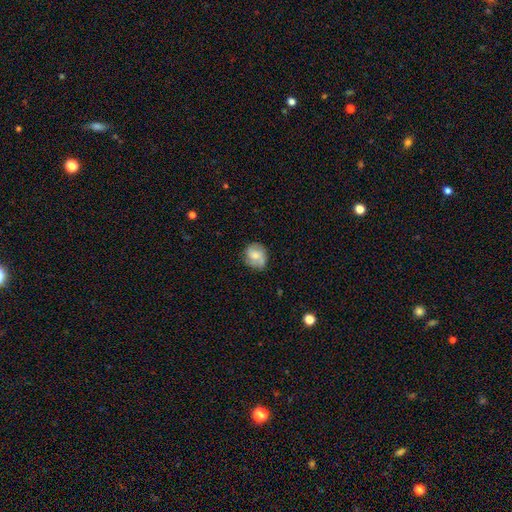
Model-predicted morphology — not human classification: smooth-or-featured: smooth: 53% | featured or disk: 39% | star or artifact: 8%
  how-rounded: round: 69% | in between: 30% | cigar-shaped: 1%
  merging: none: 69% | minor disturbance: 23% | major disturbance: 6% | merger: 2%